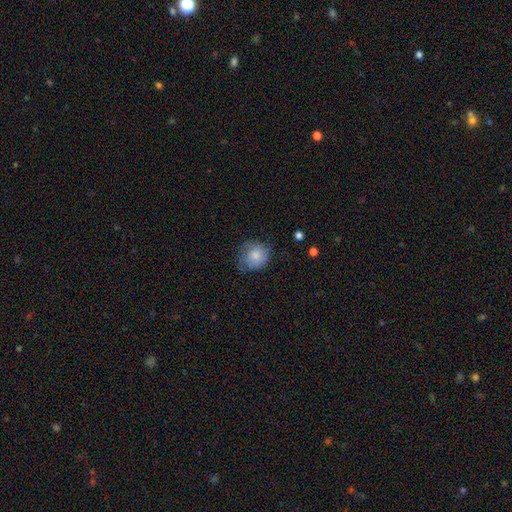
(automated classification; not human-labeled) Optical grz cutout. It shows a smooth galaxy with no disk features (73%) that is round (81%). Merging: none (56%).